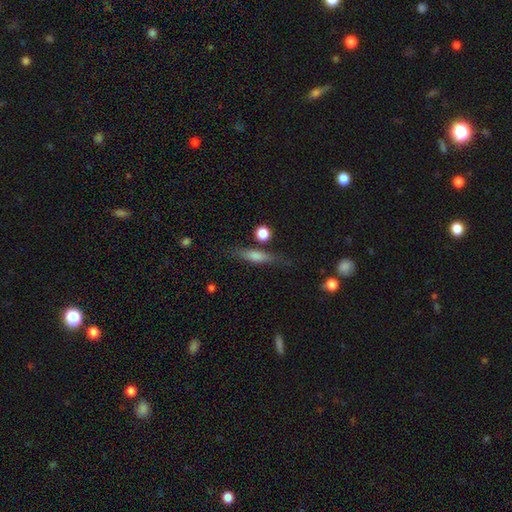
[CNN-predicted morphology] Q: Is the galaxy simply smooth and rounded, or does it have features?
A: smooth — 51%.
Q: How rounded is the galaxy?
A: cigar-shaped — 75%.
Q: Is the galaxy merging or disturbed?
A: none — 77%.